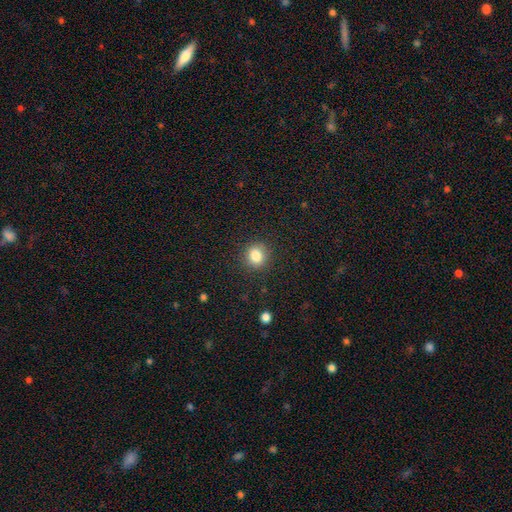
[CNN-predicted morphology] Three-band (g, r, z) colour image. It shows a smooth galaxy with no disk features (83%) that is round (77%). Merging: none (88%).